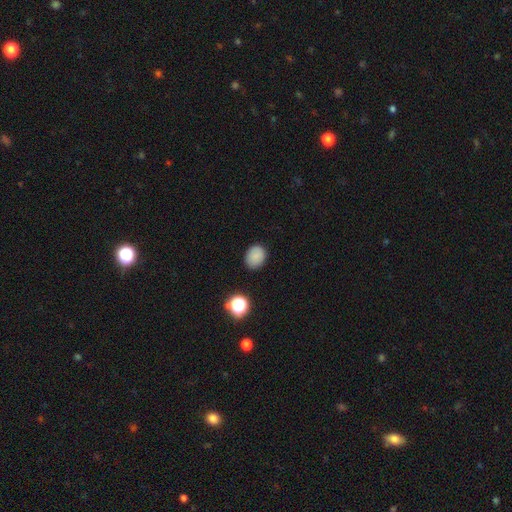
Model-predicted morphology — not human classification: Smooth or featured?
  - smooth: 84% *
  - star or artifact: 12%
  - featured or disk: 4%
How rounded?
  - round: 53% *
  - in between: 46%
  - cigar-shaped: 1%
Merging?
  - none: 85% *
  - minor disturbance: 11%
  - major disturbance: 2%
  - merger: 1%